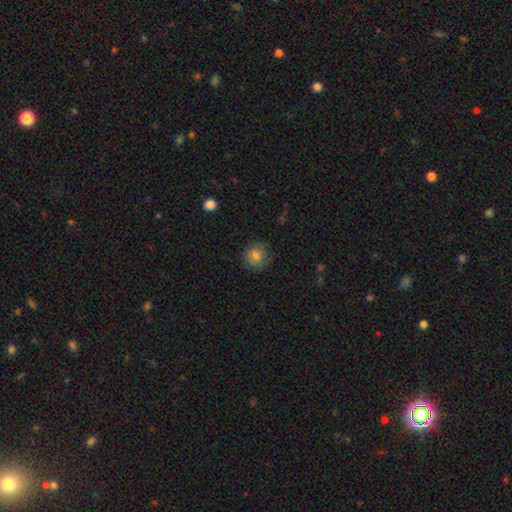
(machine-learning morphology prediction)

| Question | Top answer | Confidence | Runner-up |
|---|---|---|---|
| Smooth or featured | smooth | 82% | star or artifact (10%) |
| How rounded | round | 91% | in between (8%) |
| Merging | none | 86% | minor disturbance (10%) |